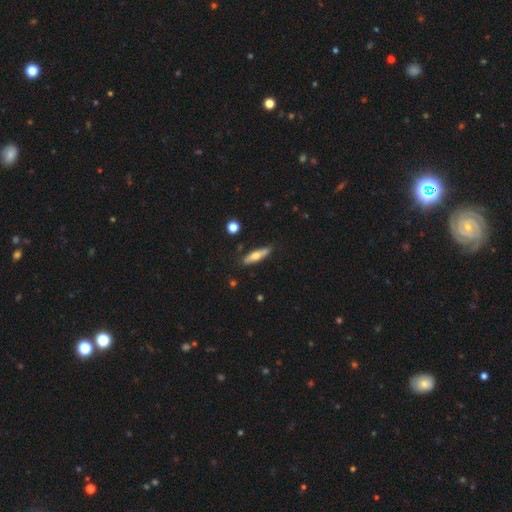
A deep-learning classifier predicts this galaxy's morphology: This is possibly a smooth galaxy (54%). How rounded: likely cigar-shaped (74%). Merging: clearly none (84%).